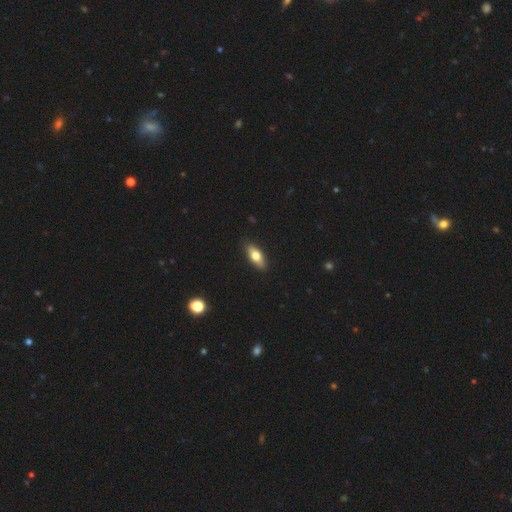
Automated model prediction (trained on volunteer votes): This appears to be a smooth galaxy with no disk features (69%) that is in between round and cigar-shaped (75%). Merging: none (89%).